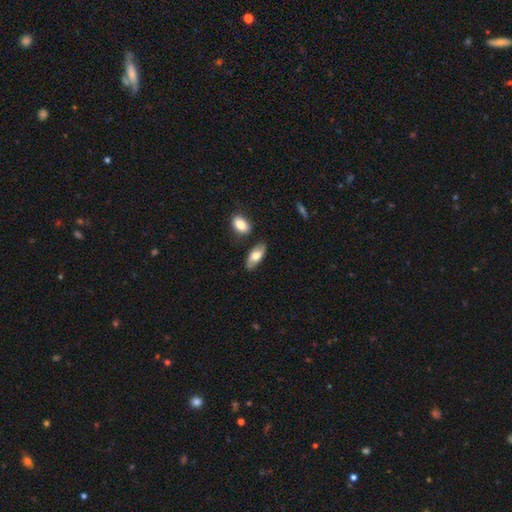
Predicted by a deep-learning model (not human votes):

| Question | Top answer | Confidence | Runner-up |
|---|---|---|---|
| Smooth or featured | smooth | 70% | featured or disk (24%) |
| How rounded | in between | 86% | cigar-shaped (12%) |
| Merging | none | 77% | minor disturbance (13%) |